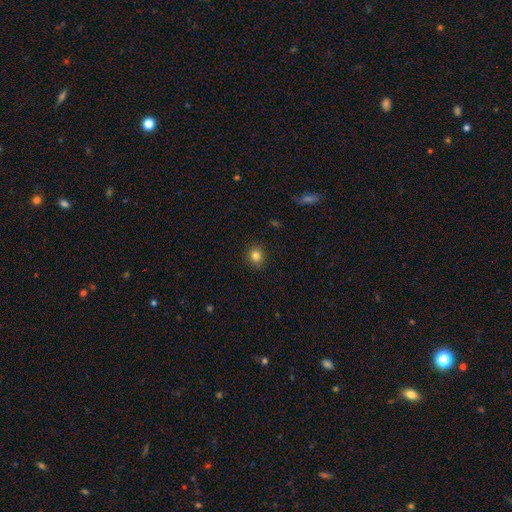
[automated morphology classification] This is clearly a smooth galaxy (83%). How rounded: likely round (76%). Merging: clearly none (89%).